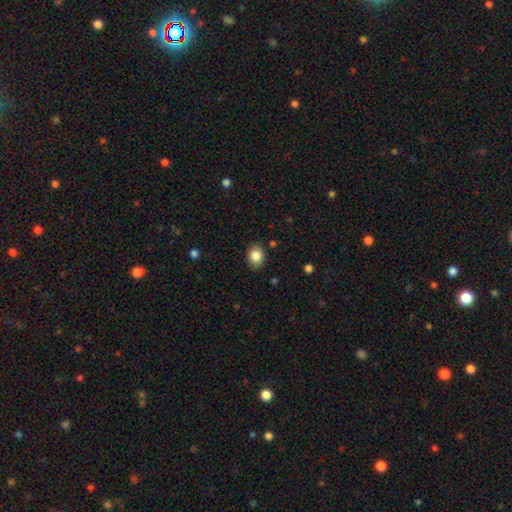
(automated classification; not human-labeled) This appears to be a smooth galaxy with no disk features (85%) that is in between round and cigar-shaped (52%). Merging: none (87%).